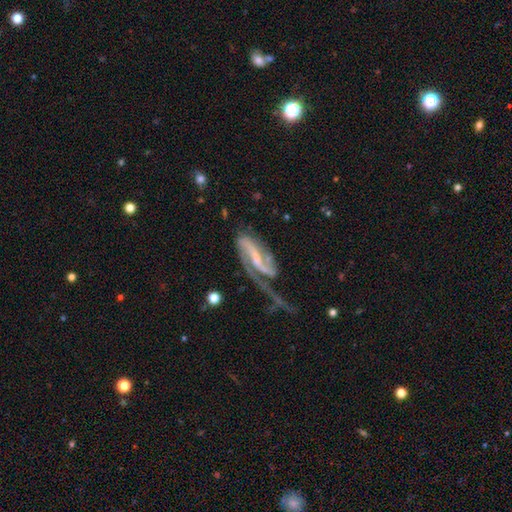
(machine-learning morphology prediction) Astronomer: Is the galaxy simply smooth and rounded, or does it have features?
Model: featured or disk — 82%.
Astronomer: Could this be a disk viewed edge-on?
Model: no — 90%.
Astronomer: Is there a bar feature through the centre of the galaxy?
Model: strong — 38% (runner-up: weak, 37%).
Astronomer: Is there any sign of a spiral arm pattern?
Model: yes — 92%.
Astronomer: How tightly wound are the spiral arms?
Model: loose — 40% (runner-up: medium, 39%).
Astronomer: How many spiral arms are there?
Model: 2 — 64%.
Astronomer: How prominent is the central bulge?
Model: small — 48% (runner-up: none, 29%).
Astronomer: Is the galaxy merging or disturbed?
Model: major disturbance — 43% (runner-up: none, 28%).